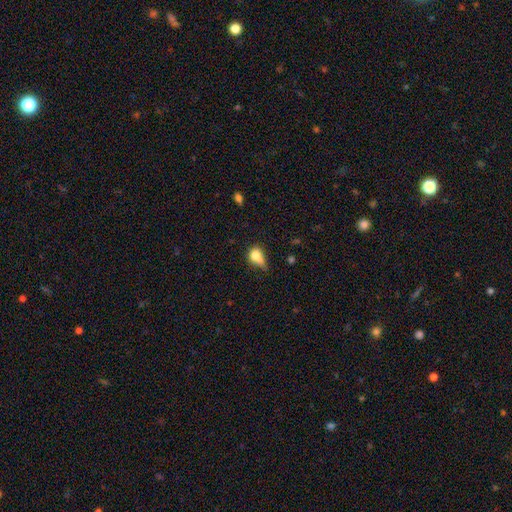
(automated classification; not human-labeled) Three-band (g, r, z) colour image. It shows a smooth galaxy with no disk features (73%) that is in between round and cigar-shaped (53%). Merging: minor disturbance (31%).